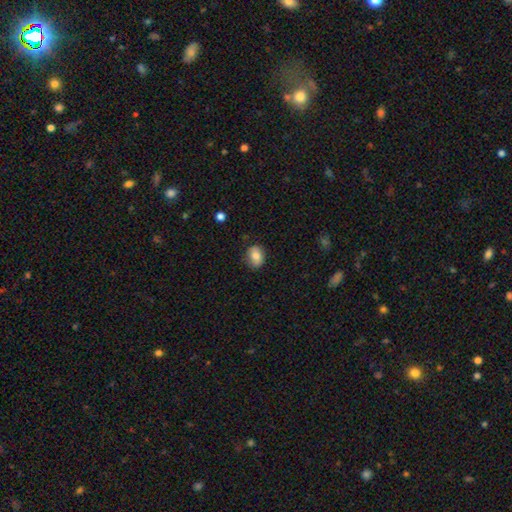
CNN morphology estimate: Smooth or featured? smooth (83%)
How rounded? in between (66%)
Merging? none (78%)